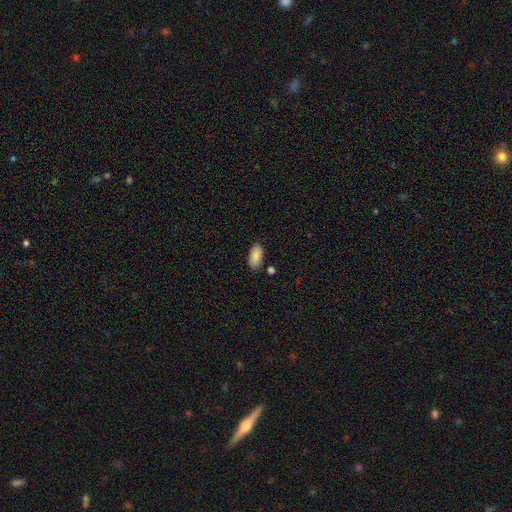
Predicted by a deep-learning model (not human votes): Smooth or featured? Predicted: smooth (p=0.88). How rounded? Predicted: in between (p=0.94). Merging? Predicted: none (p=0.81).